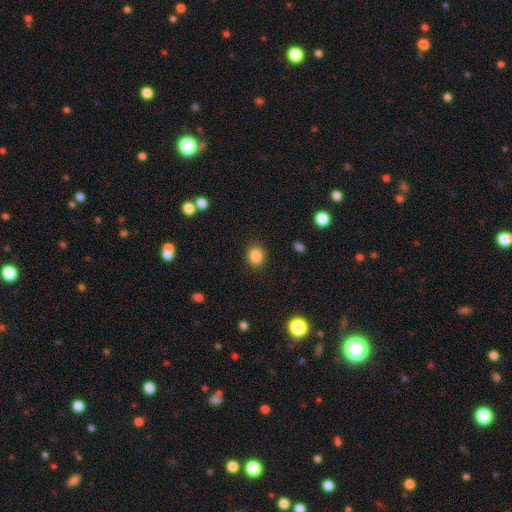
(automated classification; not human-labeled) This is clearly a smooth galaxy (86%). How rounded: likely round (61%). Merging: clearly none (89%).